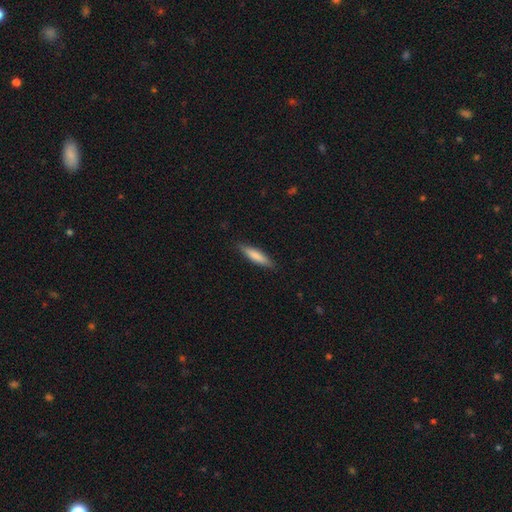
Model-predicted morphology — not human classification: smooth 80%, featured or disk 14%, star or artifact 5%. Down the decision tree: how rounded — cigar-shaped (75%); merging — none (87%).